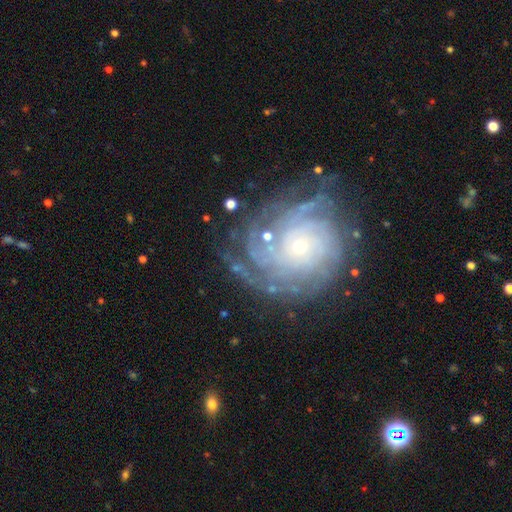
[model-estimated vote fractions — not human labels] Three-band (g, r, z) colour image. It shows a featured or disk galaxy (84%) with no bar (81%), tight (79%) spiral arms (96%) and a small central bulge (80%). Merging: none (73%).